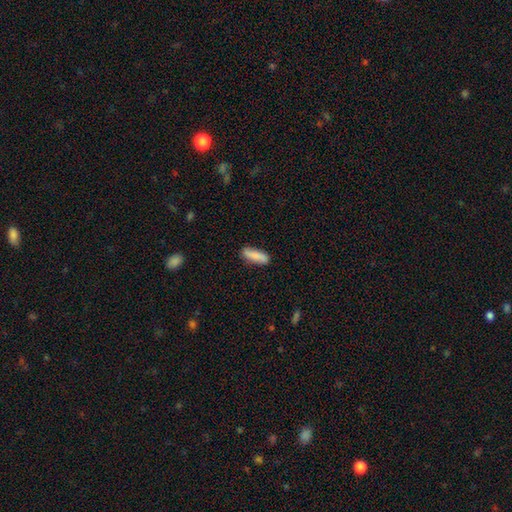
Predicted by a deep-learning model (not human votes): This is clearly a smooth galaxy (85%). How rounded: possibly cigar-shaped (51%). Merging: clearly none (85%).